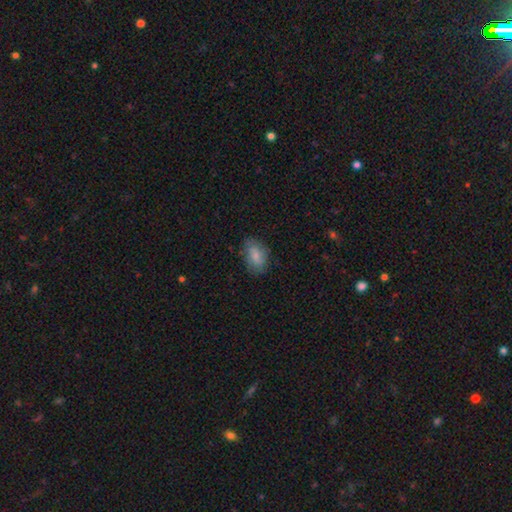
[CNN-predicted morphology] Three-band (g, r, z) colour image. It shows a smooth galaxy with no disk features (76%) that is in between round and cigar-shaped (87%). Merging: none (72%).